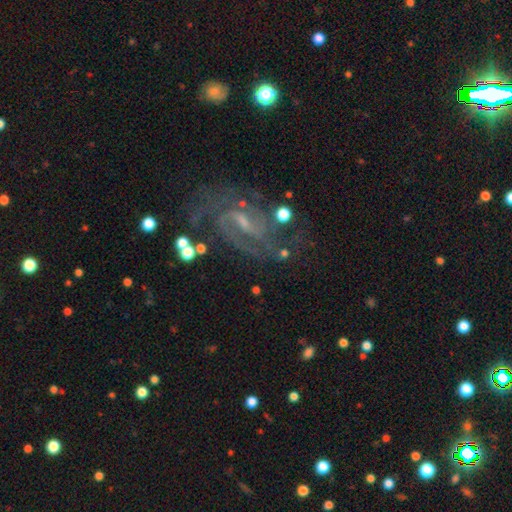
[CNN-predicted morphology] featured or disk 83%, star or artifact 11%, smooth 6%. Down the decision tree: edge-on disk — no (96%); bar — weak (52%); spiral arms — yes (96%); spiral arm count — 2 (59%); spiral winding — medium (46%); bulge size — small (64%); merging — none (70%).